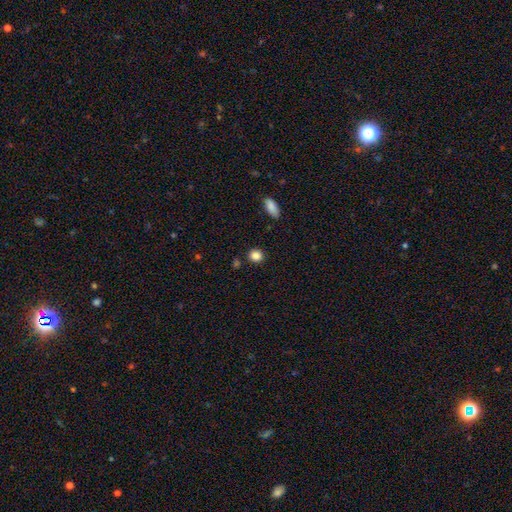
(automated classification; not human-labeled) Smooth or featured?
  - smooth: 86% *
  - star or artifact: 10%
  - featured or disk: 4%
How rounded?
  - round: 80% *
  - in between: 18%
  - cigar-shaped: 1%
Merging?
  - none: 87% *
  - minor disturbance: 7%
  - merger: 3%
  - major disturbance: 2%